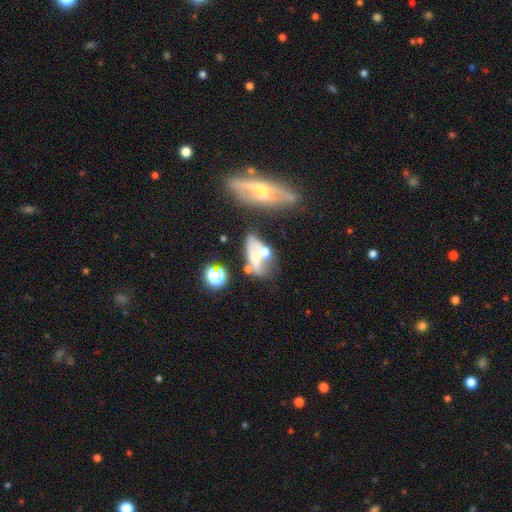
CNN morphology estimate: Overall: featured or disk (45%; smooth 42%). Merging: merger (35%; none 33%).